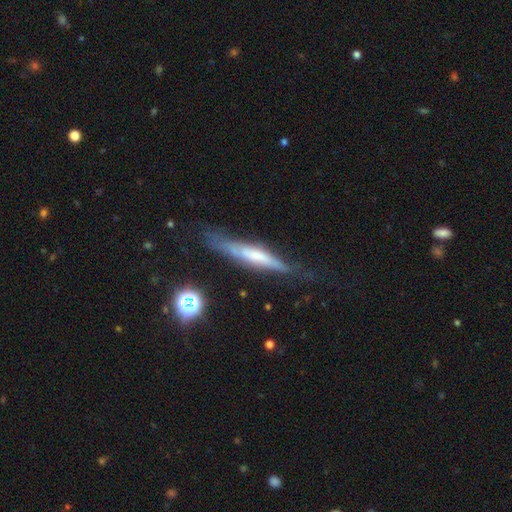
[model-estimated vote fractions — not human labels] Q: Smooth or featured?
A: featured or disk (56%); runner-up: smooth (36%)
Q: Edge-on disk?
A: yes (85%); runner-up: no (15%)
Q: Merging?
A: none (61%); runner-up: minor disturbance (26%)